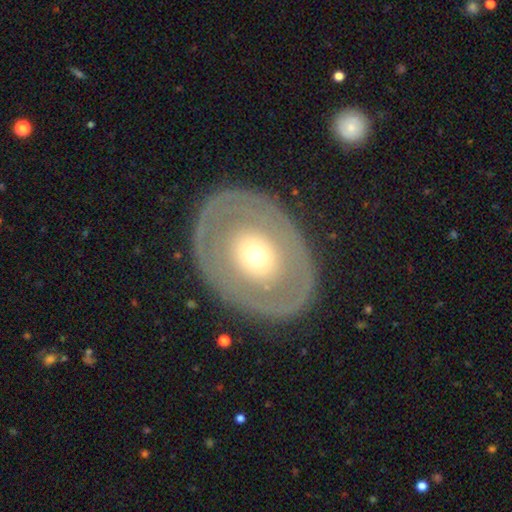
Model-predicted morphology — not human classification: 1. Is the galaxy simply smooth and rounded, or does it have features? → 59% featured or disk, 36% smooth, 5% star or artifact.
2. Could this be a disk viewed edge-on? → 92% no, 8% yes.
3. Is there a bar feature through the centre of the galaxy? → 91% no, 6% weak, 3% strong.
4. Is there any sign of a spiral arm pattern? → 86% no, 14% yes.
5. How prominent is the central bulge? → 48% moderate, 42% small, 7% large, 2% dominant, 1% none.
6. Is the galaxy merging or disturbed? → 83% none, 11% minor disturbance, 6% major disturbance, 1% merger.